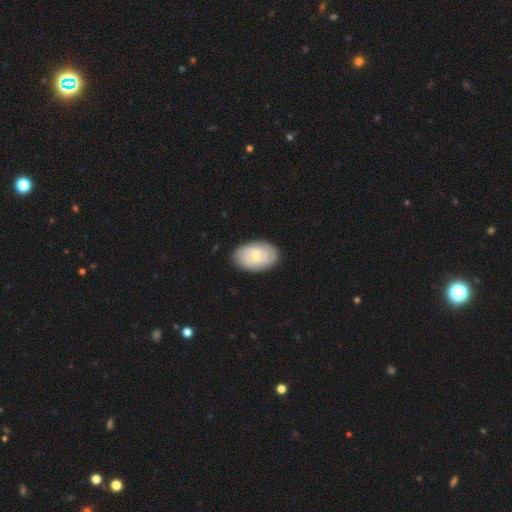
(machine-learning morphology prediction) type=featured or disk (66%); edge-on=no (96%); bar=weak (55%); spiral arms=yes (82%); winding=tight (60%); arm count=2 (52%); bulge=moderate (56%); merging=none (84%).